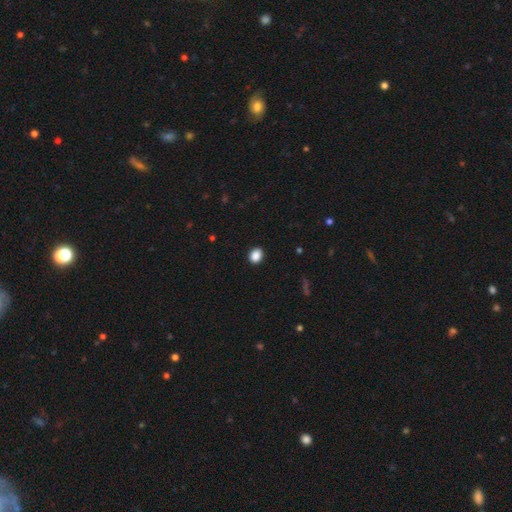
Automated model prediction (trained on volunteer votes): Overall: smooth (88%). How rounded: in between (54%; round 45%). Merging: none (90%).